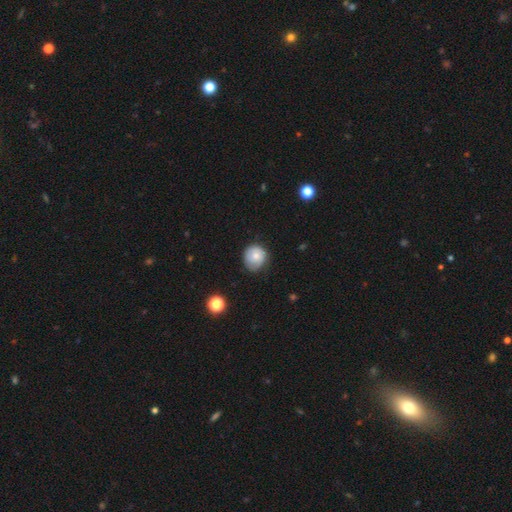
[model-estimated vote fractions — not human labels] Q: Smooth or featured?
A: smooth (76%); runner-up: featured or disk (15%)
Q: How rounded?
A: round (86%); runner-up: in between (13%)
Q: Merging?
A: none (67%); runner-up: minor disturbance (27%)